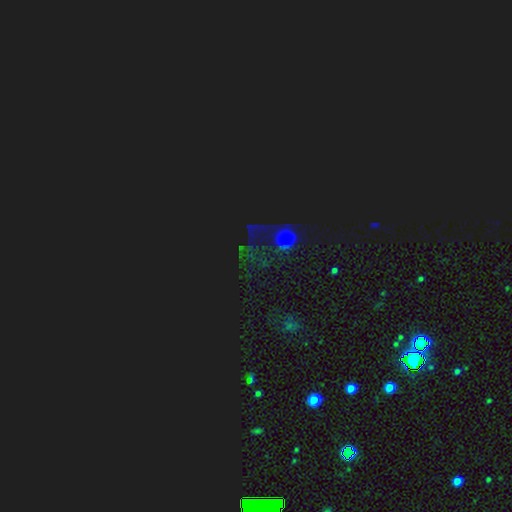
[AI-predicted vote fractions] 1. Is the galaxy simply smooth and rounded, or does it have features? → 68% star or artifact, 23% smooth, 9% featured or disk.